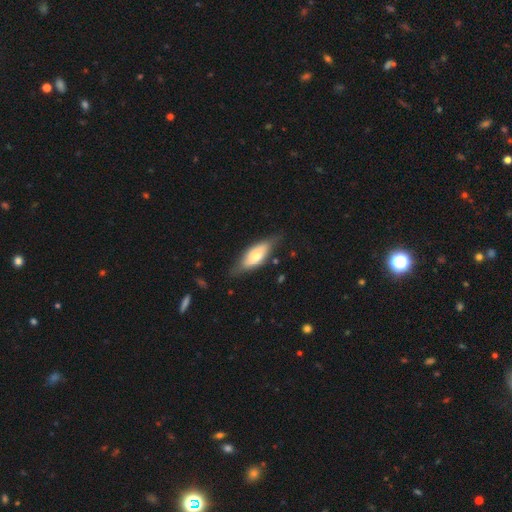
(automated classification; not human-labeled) smooth-or-featured: smooth: 57% | featured or disk: 37% | star or artifact: 6%
  how-rounded: in between: 75% | cigar-shaped: 23% | round: 2%
  merging: none: 70% | minor disturbance: 23% | major disturbance: 6% | merger: 2%